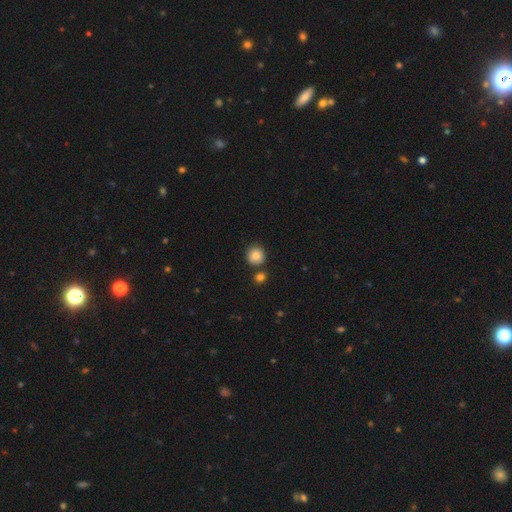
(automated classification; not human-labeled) Overall: smooth (86%). How rounded: round (90%). Merging: none (79%).